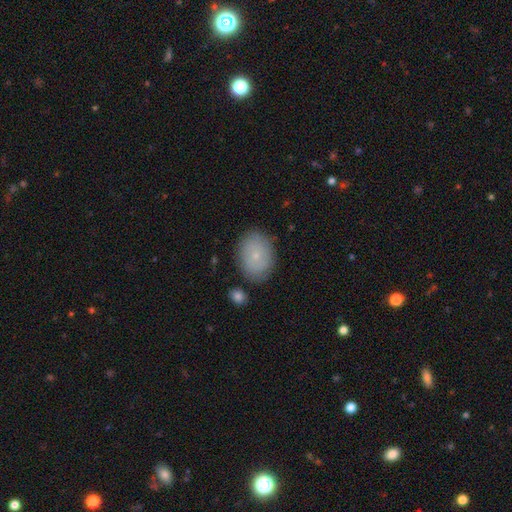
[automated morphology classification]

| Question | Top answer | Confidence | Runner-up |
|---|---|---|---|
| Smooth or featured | smooth | 71% | featured or disk (21%) |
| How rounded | in between | 69% | round (30%) |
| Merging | none | 81% | minor disturbance (13%) |